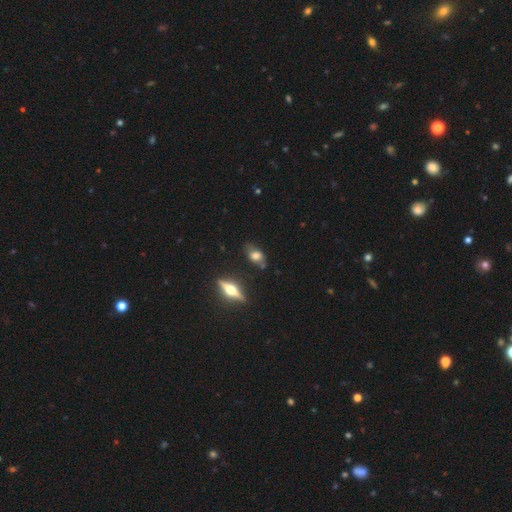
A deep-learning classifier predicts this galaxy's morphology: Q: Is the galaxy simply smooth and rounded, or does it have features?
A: smooth — 52%.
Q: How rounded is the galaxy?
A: in between — 78%.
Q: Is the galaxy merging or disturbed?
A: none — 65%.